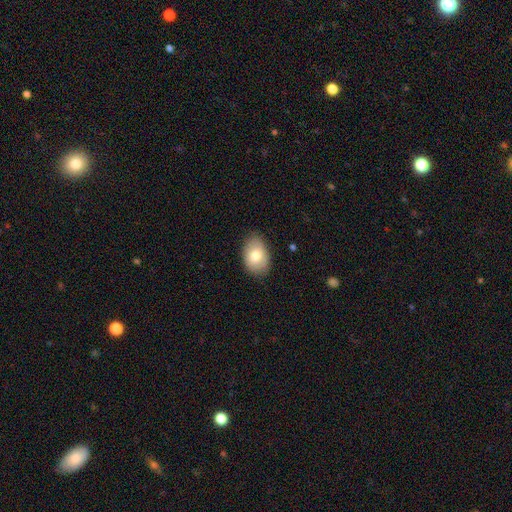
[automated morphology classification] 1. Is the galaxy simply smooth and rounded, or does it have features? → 77% smooth, 16% featured or disk, 7% star or artifact.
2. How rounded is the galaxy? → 84% in between, 15% round, 1% cigar-shaped.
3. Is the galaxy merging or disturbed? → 79% none, 17% minor disturbance, 3% major disturbance, 1% merger.